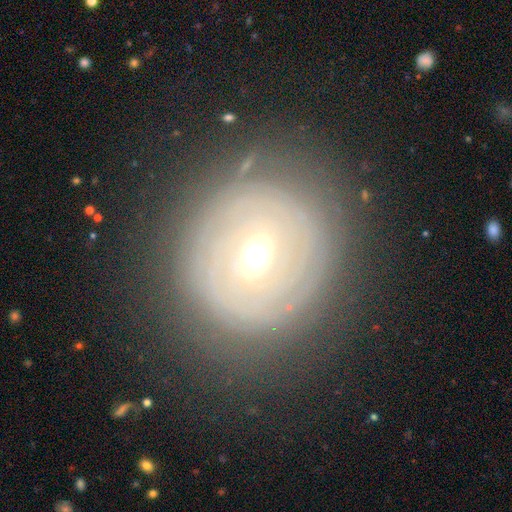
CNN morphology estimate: smooth_or_featured: featured or disk (p=0.66) [alt: smooth p=0.24]
disk_edge_on: no (p=0.94) [alt: yes p=0.06]
bar: weak (p=0.45) [alt: no p=0.34]
has_spiral_arms: yes (p=0.56) [alt: no p=0.44]
bulge_size: moderate (p=0.64) [alt: small p=0.29]
merging: none (p=0.80) [alt: minor disturbance p=0.12]